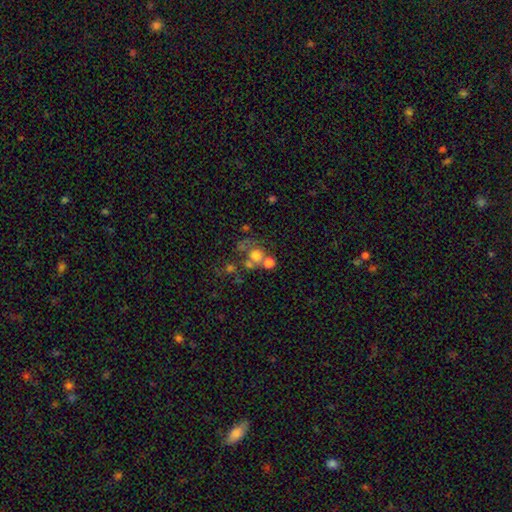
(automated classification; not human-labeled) Smooth or featured? Predicted: smooth (p=0.63). How rounded? Predicted: round (p=0.84). Merging? Predicted: none (p=0.42).